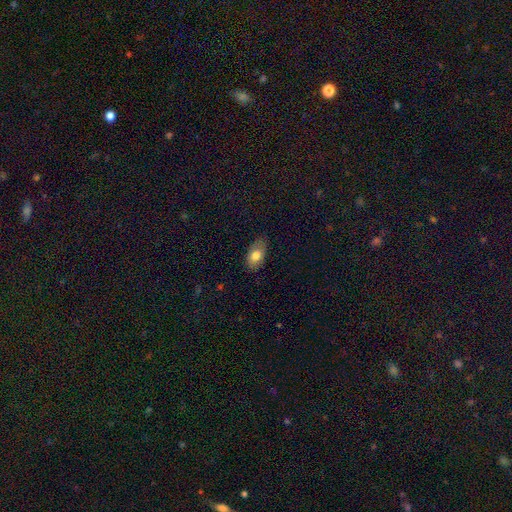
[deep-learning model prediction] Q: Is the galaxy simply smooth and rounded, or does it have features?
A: smooth — 78%.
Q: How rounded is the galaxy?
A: in between — 91%.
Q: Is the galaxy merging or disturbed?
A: none — 77%.